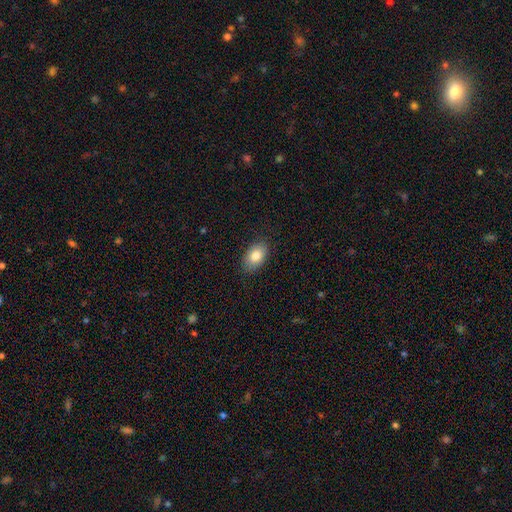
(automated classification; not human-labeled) Smooth or featured: smooth — 83% (featured or disk — 10%)
How rounded: in between — 91% (round — 8%)
Merging: none — 85% (minor disturbance — 11%)